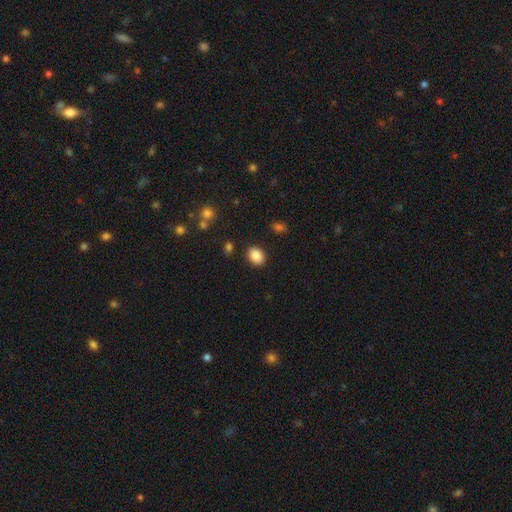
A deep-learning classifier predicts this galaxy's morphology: Smooth or featured?
  - smooth: 87% *
  - star or artifact: 9%
  - featured or disk: 5%
How rounded?
  - in between: 63% *
  - round: 36%
  - cigar-shaped: 1%
Merging?
  - none: 87% *
  - minor disturbance: 8%
  - major disturbance: 3%
  - merger: 2%